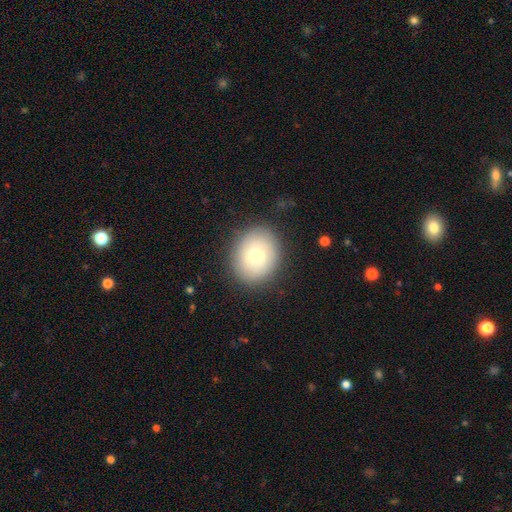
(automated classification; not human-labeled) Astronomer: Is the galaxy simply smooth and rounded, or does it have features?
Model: smooth — 67%.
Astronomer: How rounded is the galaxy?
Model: round — 60% (runner-up: in between, 39%).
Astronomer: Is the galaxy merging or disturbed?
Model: none — 85%.